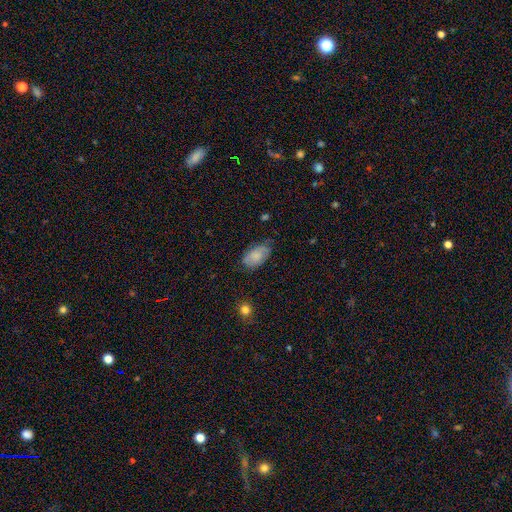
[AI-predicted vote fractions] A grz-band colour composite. It shows a smooth galaxy with no disk features (76%) that is in between round and cigar-shaped (94%). Merging: none (64%).